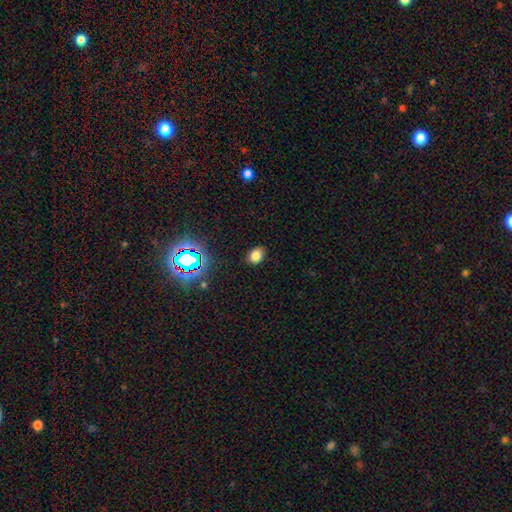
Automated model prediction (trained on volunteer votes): This appears to be a smooth galaxy with no disk features (77%) that is in between round and cigar-shaped (65%). Merging: none (87%).